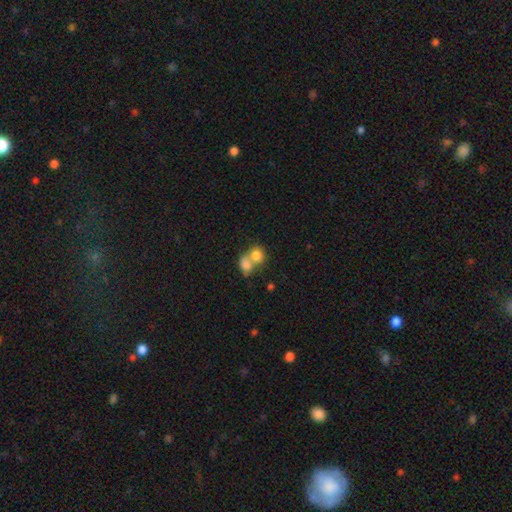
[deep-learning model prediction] Morphology: type=smooth (80%); roundness=round (60%); merging=merger (65%).